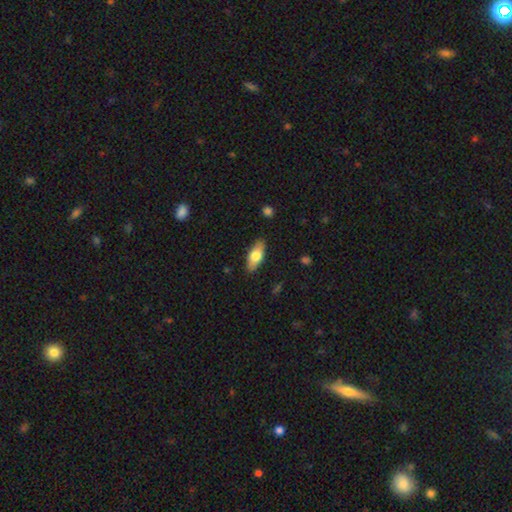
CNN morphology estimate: smooth-or-featured: smooth: 69% | featured or disk: 25% | star or artifact: 6%
  how-rounded: in between: 81% | cigar-shaped: 16% | round: 3%
  merging: none: 87% | minor disturbance: 10% | major disturbance: 2% | merger: 1%